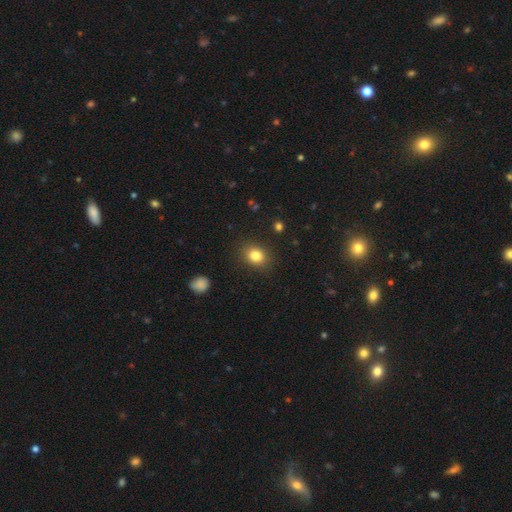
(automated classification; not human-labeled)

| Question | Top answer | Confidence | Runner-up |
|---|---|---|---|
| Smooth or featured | smooth | 83% | star or artifact (10%) |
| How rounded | in between | 50% | round (49%) |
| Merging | none | 86% | minor disturbance (10%) |